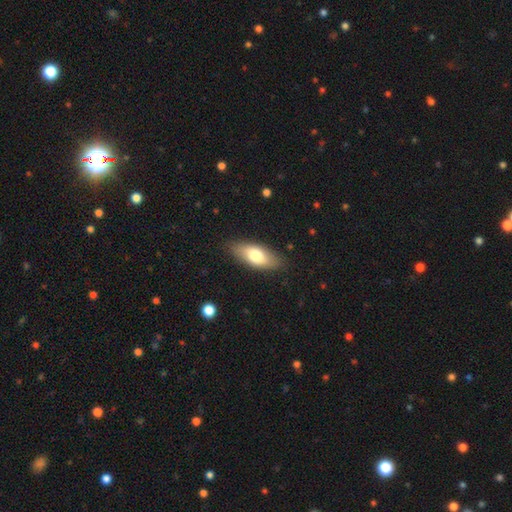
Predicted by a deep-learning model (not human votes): This appears to be a smooth galaxy with no disk features (72%) that is in between round and cigar-shaped (82%). Merging: none (85%).